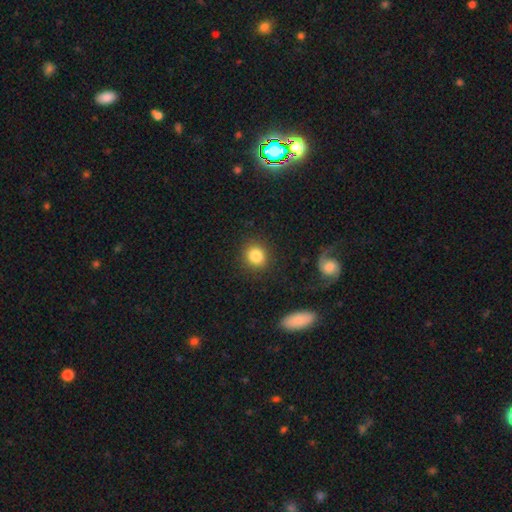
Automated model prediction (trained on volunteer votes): This is clearly a smooth galaxy (83%). How rounded: clearly round (84%). Merging: clearly none (88%).